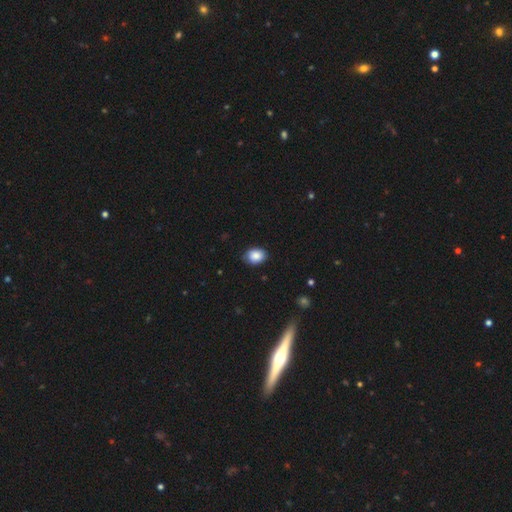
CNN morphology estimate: This appears to be a smooth galaxy with no disk features (86%) that is in between round and cigar-shaped (65%). Merging: none (80%).